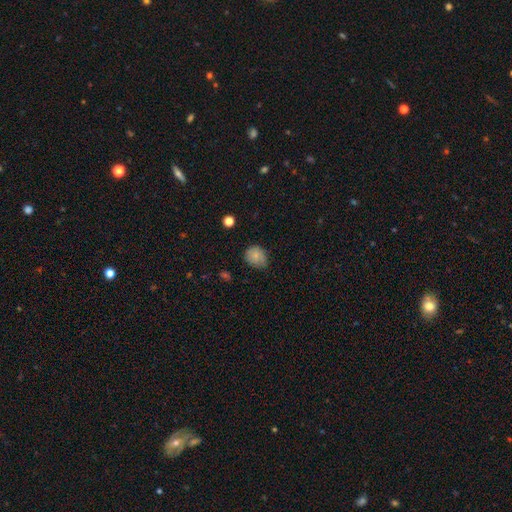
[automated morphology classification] smooth 78%, featured or disk 12%, star or artifact 10%. Down the decision tree: how rounded — round (65%); merging — none (62%).